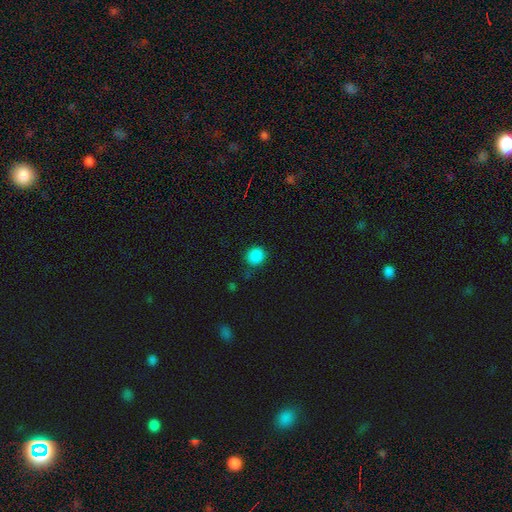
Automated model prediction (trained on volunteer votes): This is clearly a smooth galaxy (85%). How rounded: clearly round (82%). Merging: likely none (78%).